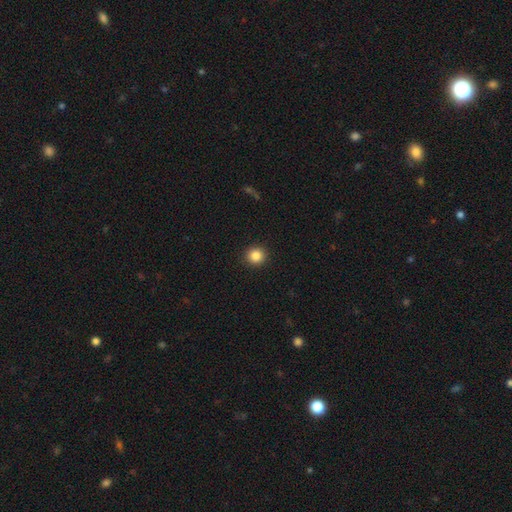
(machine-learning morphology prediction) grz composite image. It shows a smooth galaxy with no disk features (85%) that is round (94%). Merging: none (93%).